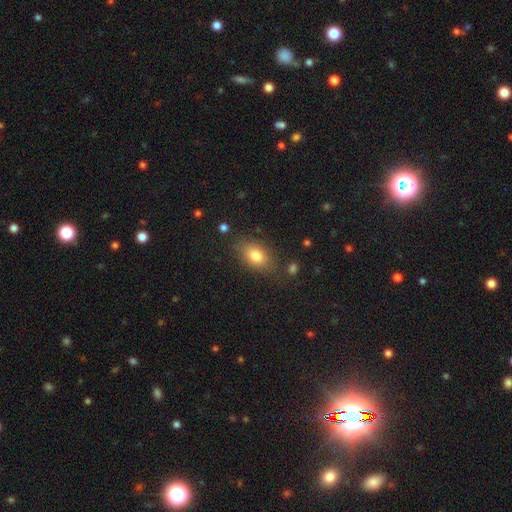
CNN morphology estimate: Smooth or featured?
  - smooth: 80% *
  - featured or disk: 11%
  - star or artifact: 9%
How rounded?
  - in between: 86% *
  - round: 11%
  - cigar-shaped: 4%
Merging?
  - none: 78% *
  - minor disturbance: 15%
  - major disturbance: 4%
  - merger: 3%